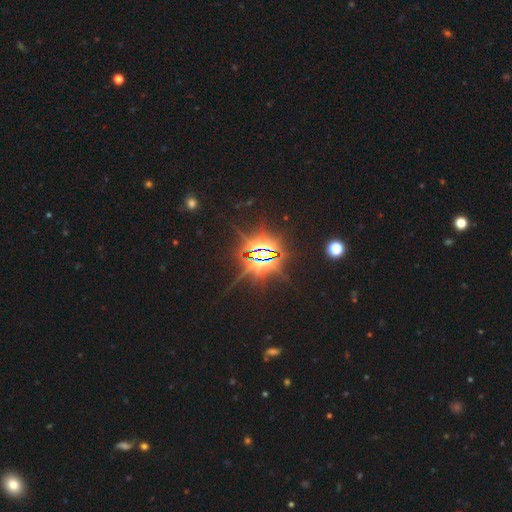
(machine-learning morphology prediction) star or artifact 84%, featured or disk 10%, smooth 6%.